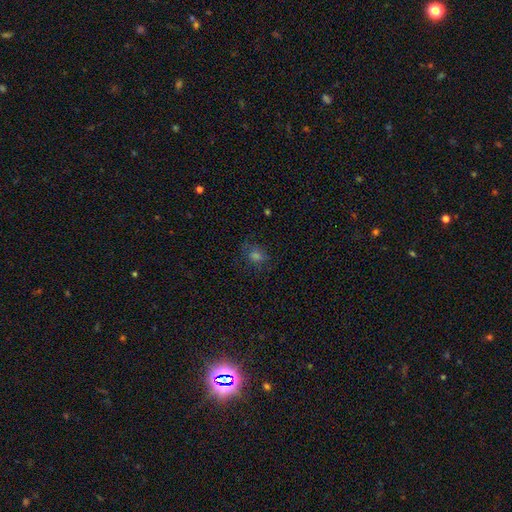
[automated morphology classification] Smooth or featured?
  - smooth: 54% *
  - star or artifact: 31%
  - featured or disk: 14%
How rounded?
  - round: 61% *
  - in between: 37%
  - cigar-shaped: 2%
Merging?
  - none: 73% *
  - minor disturbance: 17%
  - major disturbance: 8%
  - merger: 2%